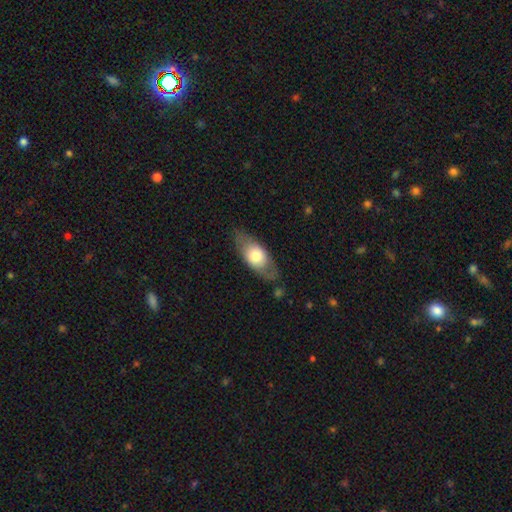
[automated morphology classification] This is likely a smooth galaxy (61%). How rounded: clearly in between (80%). Merging: likely none (77%).